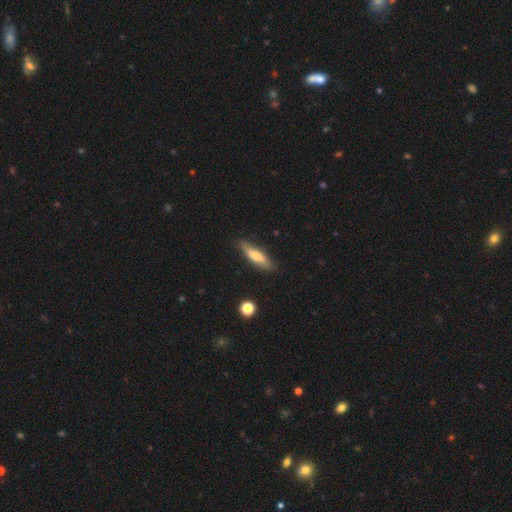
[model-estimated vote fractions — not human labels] Q: Smooth or featured?
A: smooth (58%); runner-up: featured or disk (35%)
Q: How rounded?
A: cigar-shaped (64%); runner-up: in between (34%)
Q: Merging?
A: none (81%); runner-up: minor disturbance (15%)